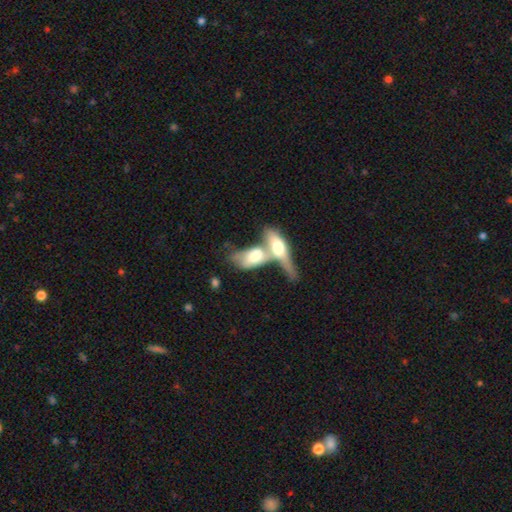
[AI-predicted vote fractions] smooth_or_featured: smooth (p=0.48) [alt: featured or disk p=0.45]
merging: merger (p=0.72) [alt: none p=0.13]